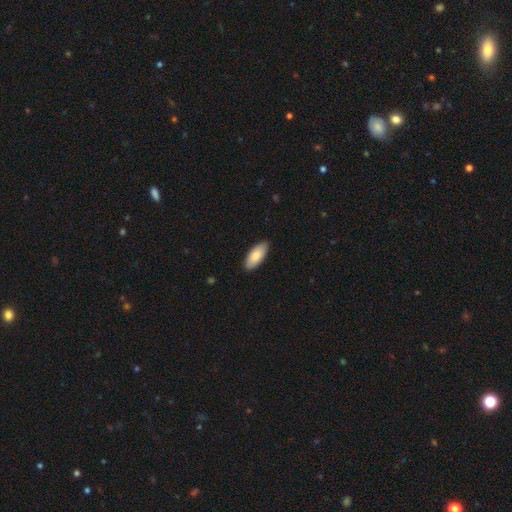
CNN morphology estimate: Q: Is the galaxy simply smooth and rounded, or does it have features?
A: smooth — 83%.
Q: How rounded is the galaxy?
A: in between — 87%.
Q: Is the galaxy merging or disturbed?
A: none — 88%.